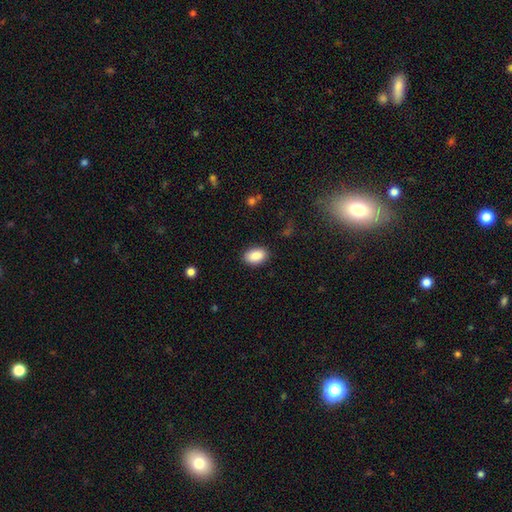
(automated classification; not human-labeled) The model was most divided on "merging": none: 88%, minor disturbance: 9%, major disturbance: 2%, merger: 1%. More confident: how rounded — in between (90%); smooth or featured — smooth (89%).